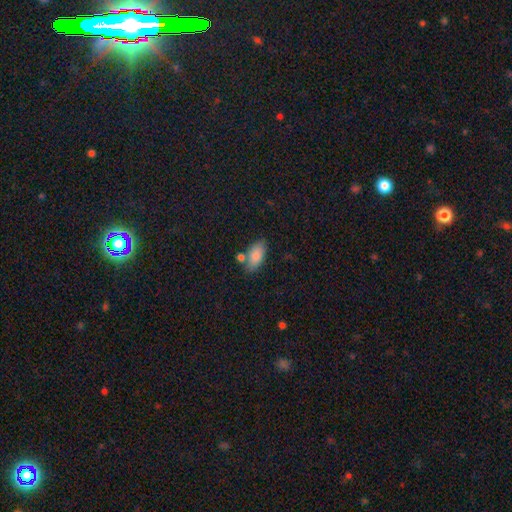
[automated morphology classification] smooth_or_featured: smooth (p=0.84) [alt: featured or disk p=0.09]
how_rounded: in between (p=0.91) [alt: cigar-shaped p=0.05]
merging: none (p=0.67) [alt: minor disturbance p=0.16]